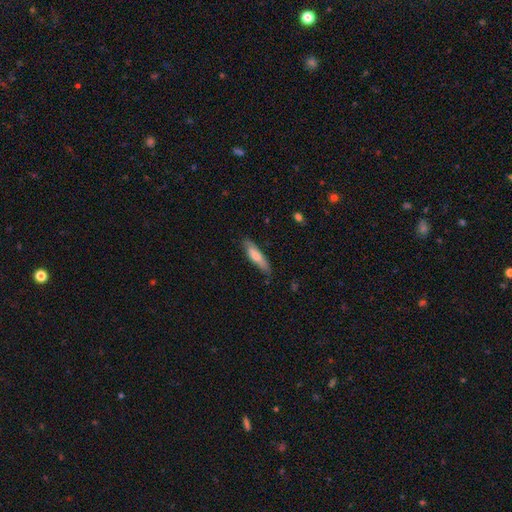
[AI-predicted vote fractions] Smooth or featured?
  - smooth: 73% *
  - featured or disk: 21%
  - star or artifact: 6%
How rounded?
  - cigar-shaped: 71% *
  - in between: 27%
  - round: 1%
Merging?
  - none: 77% *
  - minor disturbance: 18%
  - major disturbance: 3%
  - merger: 1%